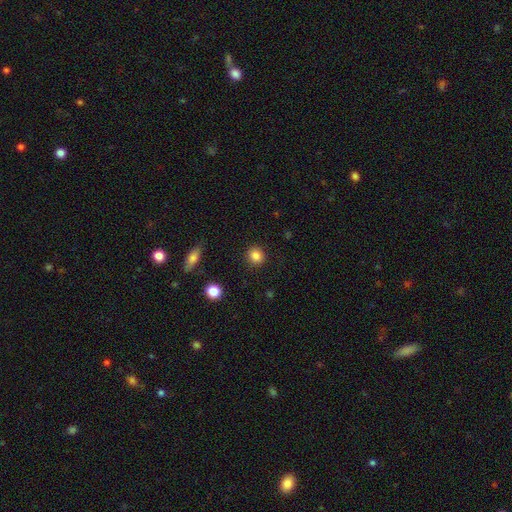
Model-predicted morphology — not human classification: A smooth galaxy with no disk features (85%) that is round (87%). Merging: none (91%).